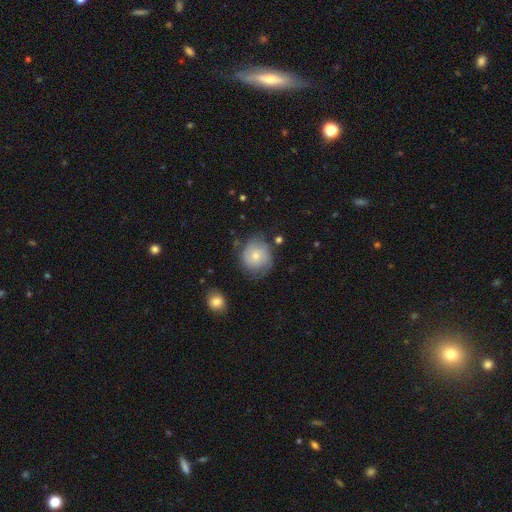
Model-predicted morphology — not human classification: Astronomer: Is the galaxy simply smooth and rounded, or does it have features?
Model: smooth — 52% (runner-up: featured or disk, 40%).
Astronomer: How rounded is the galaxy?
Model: round — 83%.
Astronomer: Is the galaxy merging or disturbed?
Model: none — 66%.